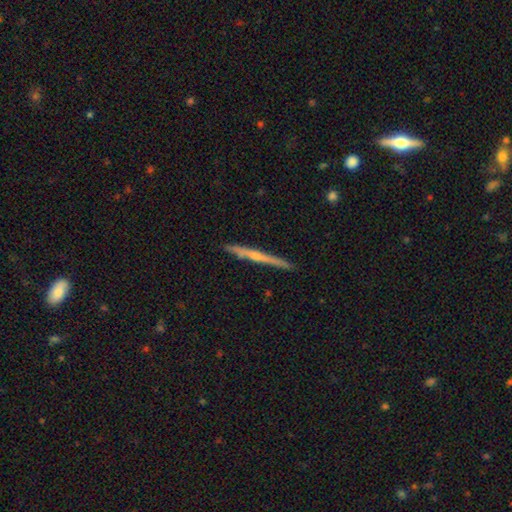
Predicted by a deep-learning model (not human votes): Smooth or featured: featured or disk — 68% (smooth — 23%)
Edge-on disk: yes — 97% (no — 3%)
Edge-on bulge: rounded — 71% (none — 22%)
Merging: none — 87% (minor disturbance — 9%)